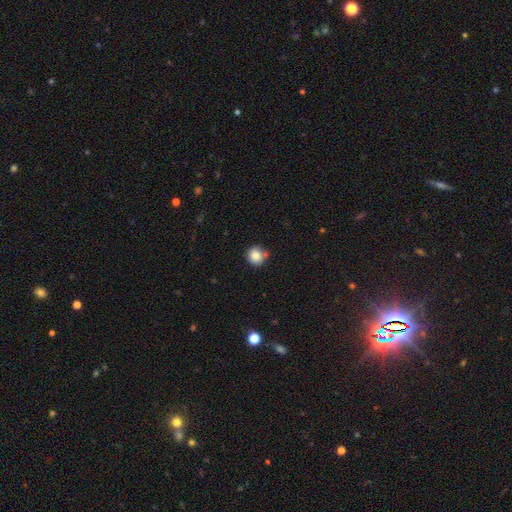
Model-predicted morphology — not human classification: Q: Smooth or featured?
A: smooth (85%); runner-up: star or artifact (9%)
Q: How rounded?
A: round (92%); runner-up: in between (7%)
Q: Merging?
A: none (74%); runner-up: minor disturbance (16%)